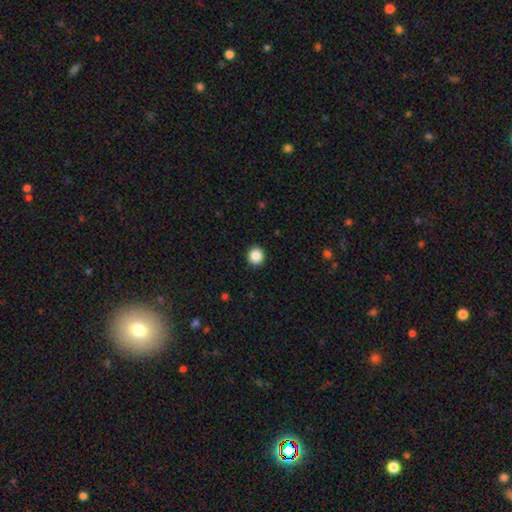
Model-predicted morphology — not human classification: Q: Smooth or featured?
A: smooth (87%); runner-up: star or artifact (9%)
Q: How rounded?
A: round (90%); runner-up: in between (9%)
Q: Merging?
A: none (92%); runner-up: minor disturbance (5%)